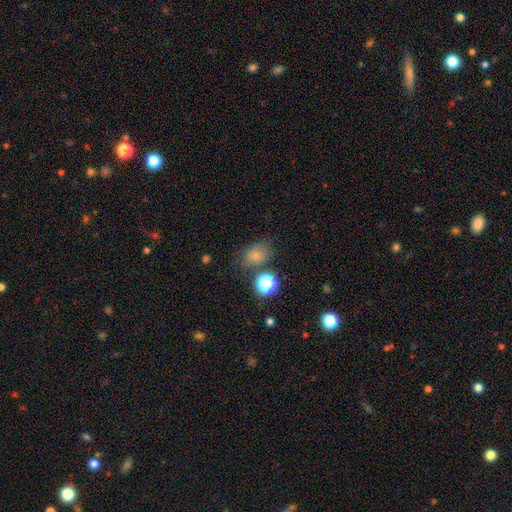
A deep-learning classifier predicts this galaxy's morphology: This appears to be a smooth galaxy with no disk features (74%) that is in between round and cigar-shaped (56%). Merging: none (65%).